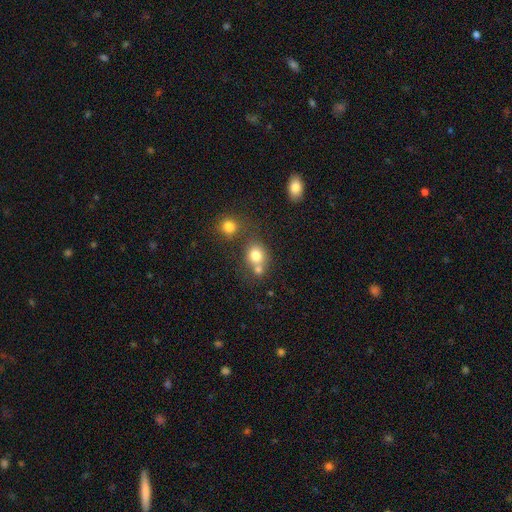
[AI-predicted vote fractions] smooth-or-featured: smooth: 77% | star or artifact: 12% | featured or disk: 11%
  how-rounded: round: 71% | in between: 28% | cigar-shaped: 1%
  merging: none: 49% | merger: 37% | minor disturbance: 10% | major disturbance: 4%